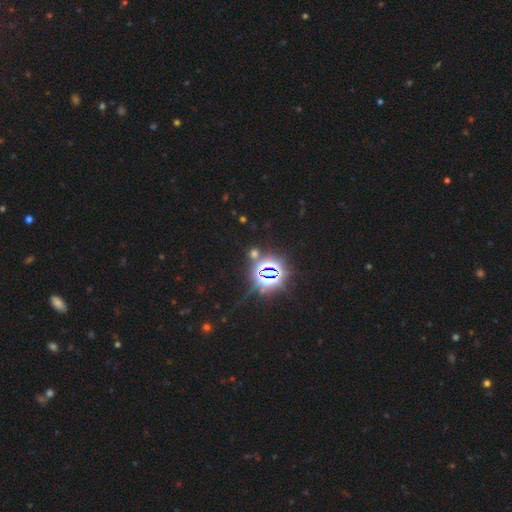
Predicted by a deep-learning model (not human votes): smooth_or_featured: star or artifact (p=0.83) [alt: smooth p=0.10]